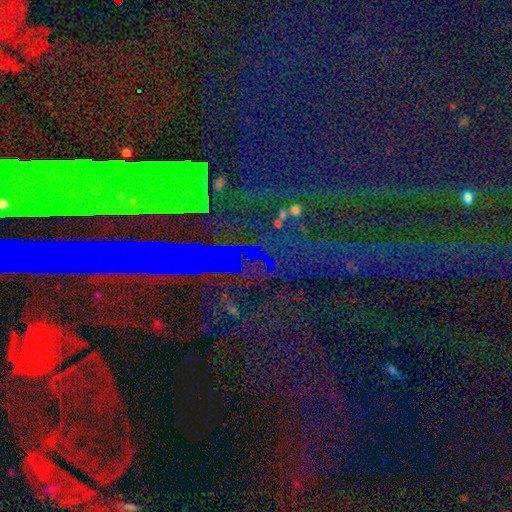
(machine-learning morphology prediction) Smooth or featured?
  - star or artifact: 82% *
  - featured or disk: 9%
  - smooth: 8%